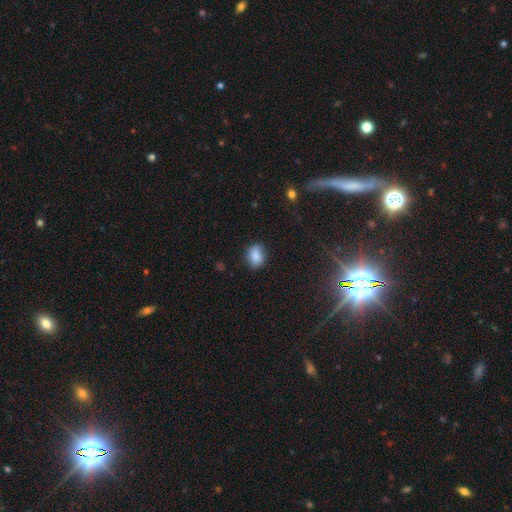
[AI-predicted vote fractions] A smooth galaxy with no disk features (85%) that is in between round and cigar-shaped (64%). Merging: none (79%).